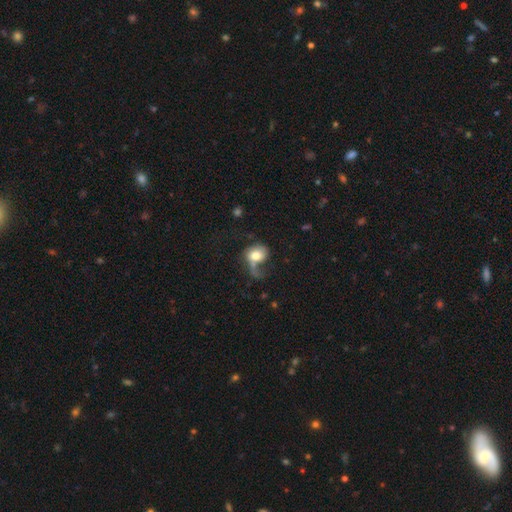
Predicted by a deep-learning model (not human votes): The model was most divided on "how rounded": round: 51%, in between: 47%, cigar-shaped: 1%. Remaining: smooth or featured — smooth (59%); merging — major disturbance (45%).